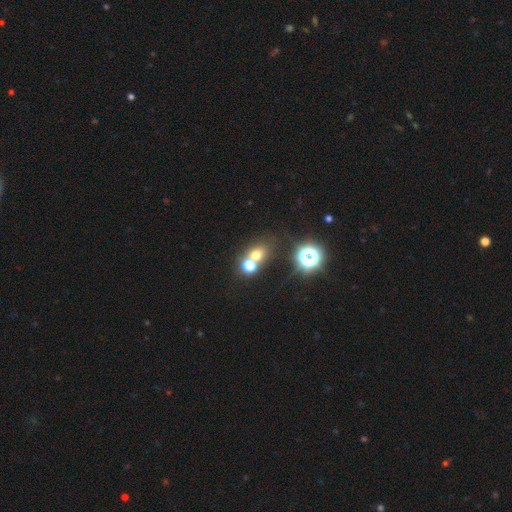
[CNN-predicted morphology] Smooth or featured?
  - smooth: 62% *
  - star or artifact: 27%
  - featured or disk: 12%
How rounded?
  - round: 64% *
  - in between: 34%
  - cigar-shaped: 1%
Merging?
  - none: 50% *
  - merger: 37%
  - minor disturbance: 8%
  - major disturbance: 4%